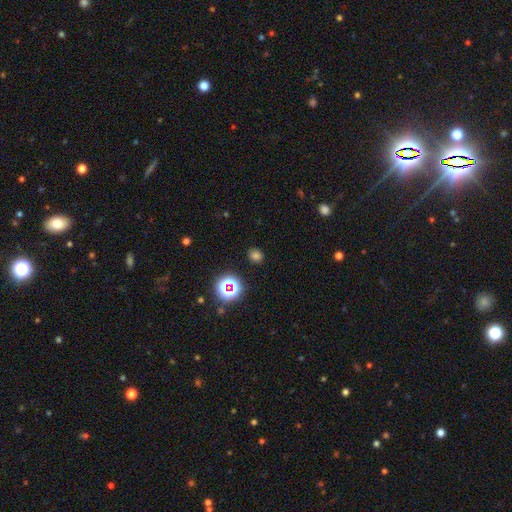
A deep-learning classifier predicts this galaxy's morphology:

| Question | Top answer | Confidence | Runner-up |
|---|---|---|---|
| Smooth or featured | smooth | 70% | star or artifact (24%) |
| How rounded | round | 60% | in between (39%) |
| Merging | none | 85% | minor disturbance (9%) |